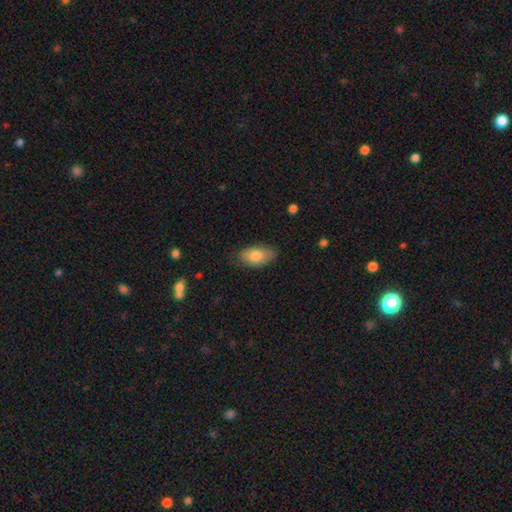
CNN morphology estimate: type=smooth (80%); roundness=in between (92%); merging=none (76%).